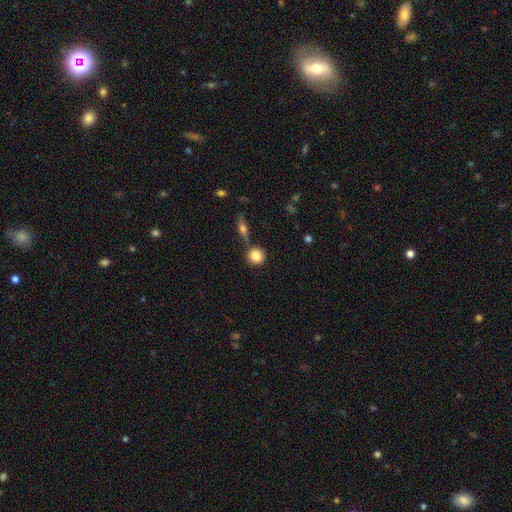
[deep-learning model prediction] smooth_or_featured: smooth (p=0.82) [alt: featured or disk p=0.09]
how_rounded: round (p=0.91) [alt: in between p=0.08]
merging: none (p=0.75) [alt: merger p=0.12]